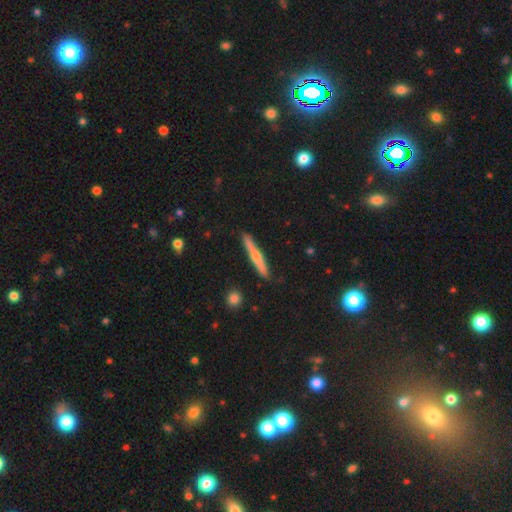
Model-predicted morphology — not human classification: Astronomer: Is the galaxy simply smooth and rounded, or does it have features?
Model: featured or disk — 54% (runner-up: smooth, 39%).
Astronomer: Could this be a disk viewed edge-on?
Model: yes — 96%.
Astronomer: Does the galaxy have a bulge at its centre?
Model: rounded — 70%.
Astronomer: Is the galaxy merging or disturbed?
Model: none — 89%.